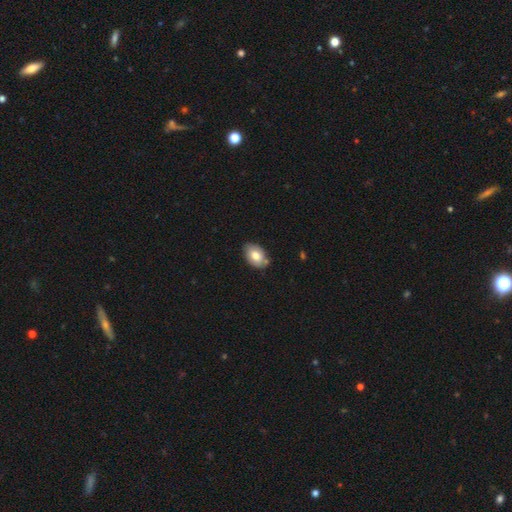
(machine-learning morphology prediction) Overall: smooth (75%). How rounded: in between (84%). Merging: none (73%).